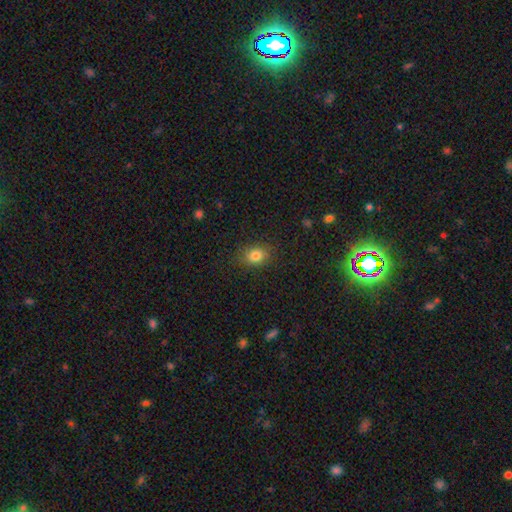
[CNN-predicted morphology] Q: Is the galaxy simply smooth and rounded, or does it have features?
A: smooth — 81%.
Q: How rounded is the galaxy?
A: in between — 62%.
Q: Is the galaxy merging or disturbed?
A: none — 83%.